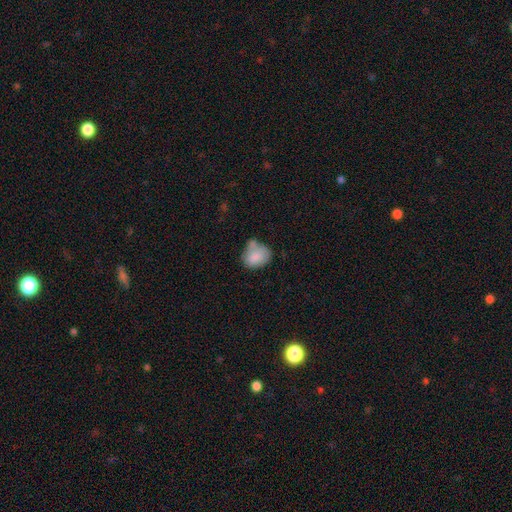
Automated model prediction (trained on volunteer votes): smooth_or_featured: smooth (p=0.81) [alt: featured or disk p=0.11]
how_rounded: in between (p=0.54) [alt: round p=0.45]
merging: none (p=0.39) [alt: minor disturbance p=0.28]